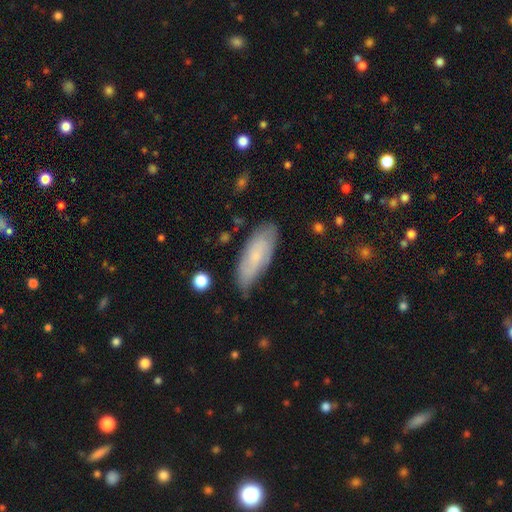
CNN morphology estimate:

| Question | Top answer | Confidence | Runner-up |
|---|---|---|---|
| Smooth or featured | smooth | 62% | featured or disk (31%) |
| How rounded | in between | 69% | cigar-shaped (29%) |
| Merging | none | 75% | minor disturbance (20%) |